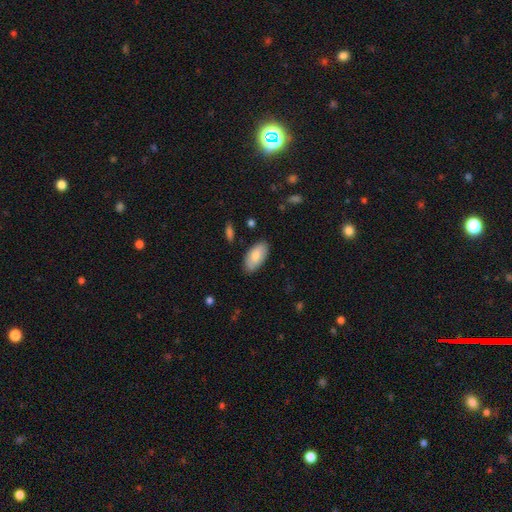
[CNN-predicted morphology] The model was most divided on "smooth or featured": smooth: 79%, featured or disk: 15%, star or artifact: 6%. More confident: how rounded — in between (94%); merging — none (84%).